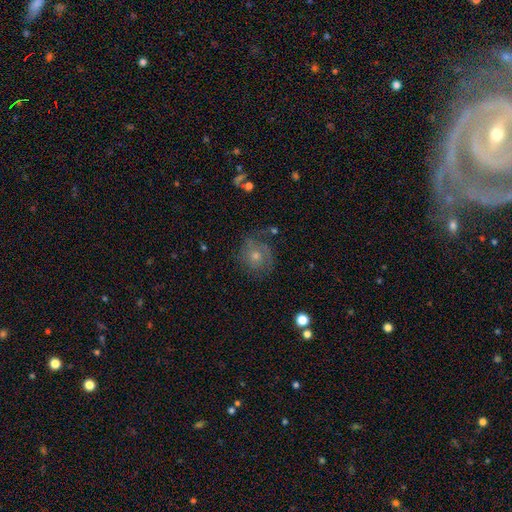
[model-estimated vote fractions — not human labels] featured or disk 64%, smooth 20%, star or artifact 15%. Down the decision tree: edge-on disk — no (97%); bar — no (78%); spiral arms — yes (88%); spiral arm count — can't tell (35%); spiral winding — tight (51%); bulge size — moderate (55%); merging — none (71%).